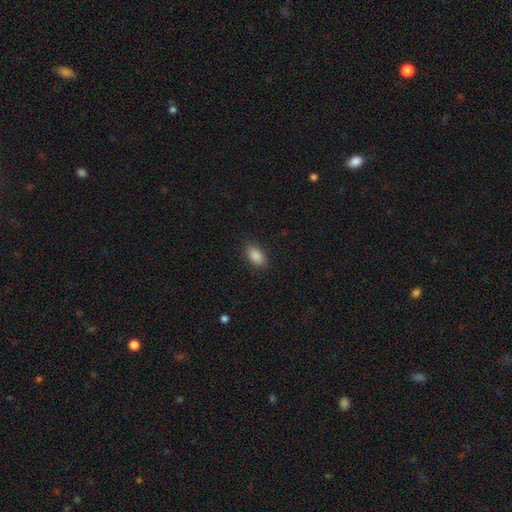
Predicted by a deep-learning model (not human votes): Overall: smooth (88%). How rounded: in between (91%). Merging: none (87%).